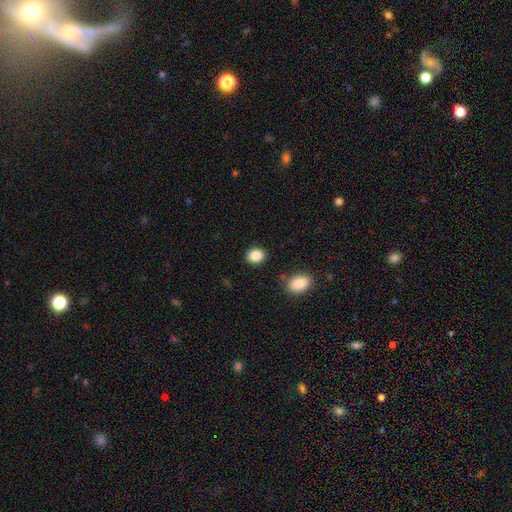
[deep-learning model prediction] Smooth or featured: smooth — 87% (star or artifact — 9%)
How rounded: round — 50% (in between — 49%)
Merging: none — 86% (minor disturbance — 8%)